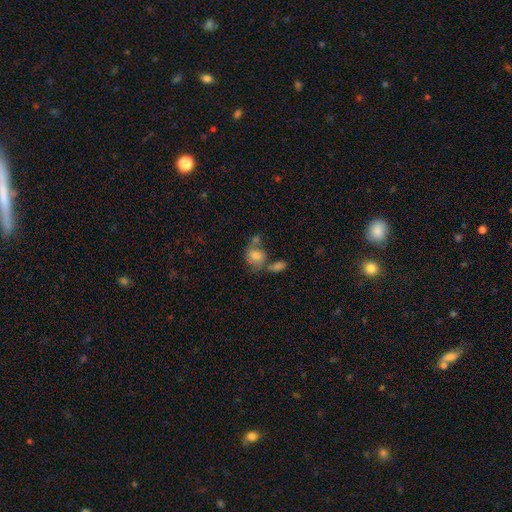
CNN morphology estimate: smooth_or_featured: smooth (p=0.69) [alt: featured or disk p=0.20]
how_rounded: in between (p=0.50) [alt: round p=0.49]
merging: none (p=0.36) [alt: merger p=0.35]